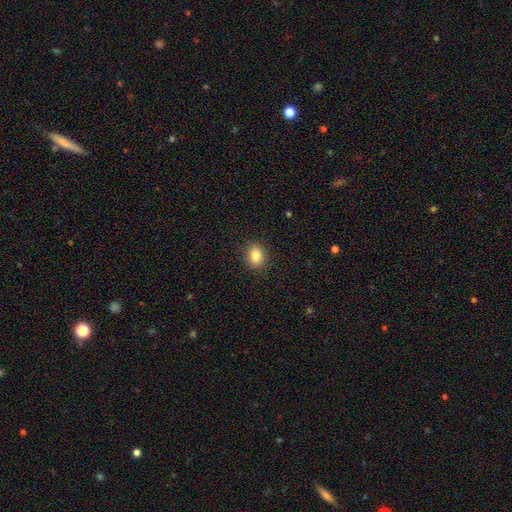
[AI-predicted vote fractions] smooth_or_featured: smooth (p=0.84) [alt: star or artifact p=0.10]
how_rounded: round (p=0.50) [alt: in between p=0.49]
merging: none (p=0.89) [alt: minor disturbance p=0.07]